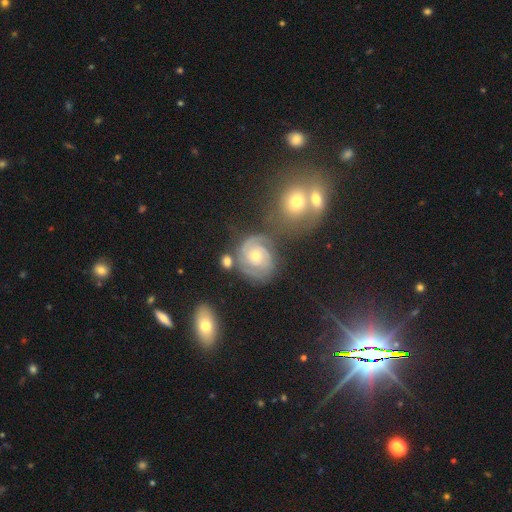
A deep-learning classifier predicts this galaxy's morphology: The model was most divided on "bulge size": small: 48%, moderate: 47%, large: 2%, none: 1%, dominant: 1%. More confident: edge-on disk — no (98%); spiral arms — yes (96%); smooth or featured — featured or disk (84%); bar — no (73%); spiral winding — tight (68%); merging — none (59%); spiral arm count — 2 (51%).